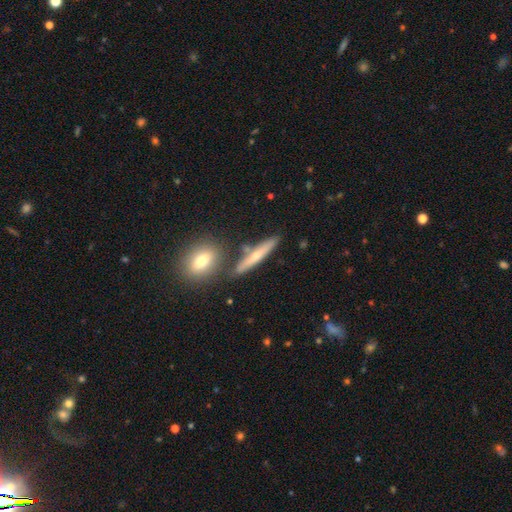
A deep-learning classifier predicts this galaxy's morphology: A smooth galaxy with no disk features (47%).

Vote fractions:
- Smooth or featured? smooth: 47% / featured or disk: 45% / star or artifact: 8%
- Merging? none: 75% / minor disturbance: 11% / merger: 11% / major disturbance: 3%